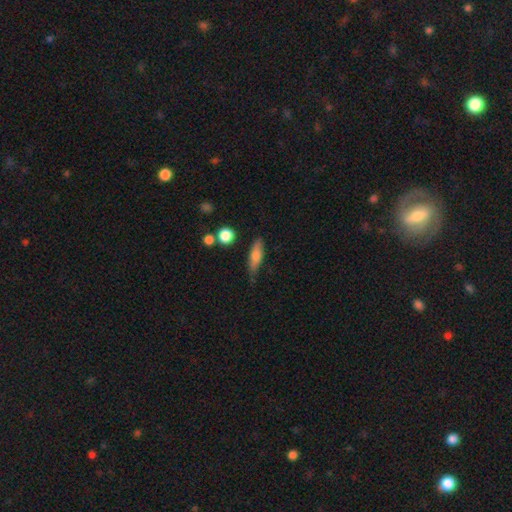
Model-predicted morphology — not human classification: Overall: smooth (68%). How rounded: cigar-shaped (59%; in between 38%). Merging: none (71%).